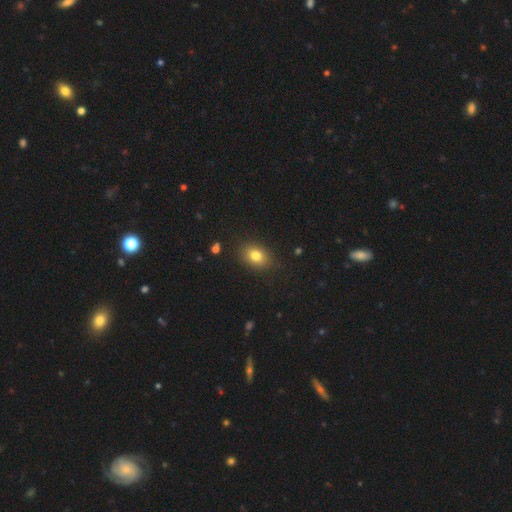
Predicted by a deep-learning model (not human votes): A smooth galaxy with no disk features (80%) that is in between round and cigar-shaped (72%).

Vote fractions:
- Smooth or featured? smooth: 80% / star or artifact: 11% / featured or disk: 9%
- How rounded? in between: 72% / round: 27% / cigar-shaped: 1%
- Merging? none: 86% / minor disturbance: 10% / major disturbance: 3% / merger: 1%